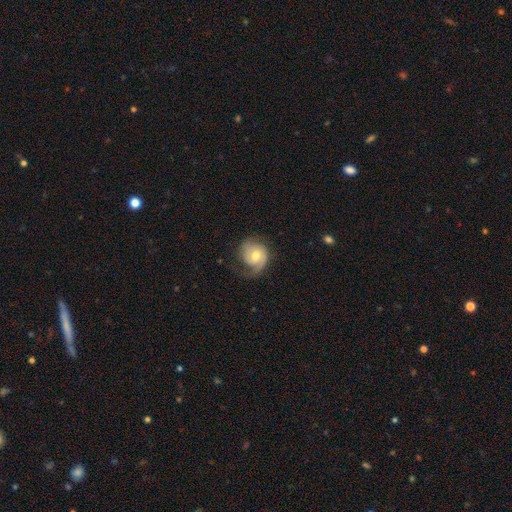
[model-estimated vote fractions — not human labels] Overall: featured or disk (65%; smooth 28%). Edge-on disk: no (97%). Bar: no (62%; weak 32%). Spiral arms: yes (90%). Spiral arm count: 2 (56%; 1 29%). Spiral winding: medium (41%; tight 35%). Bulge size: moderate (69%). Merging: none (57%; minor disturbance 25%).